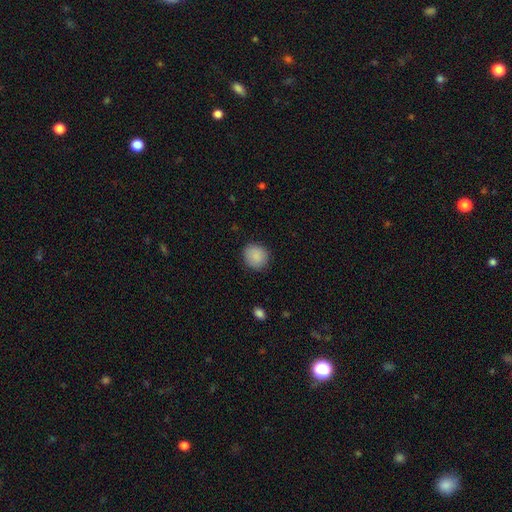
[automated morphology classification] Smooth or featured: smooth — 89% (star or artifact — 8%)
How rounded: round — 83% (in between — 16%)
Merging: none — 86% (minor disturbance — 10%)